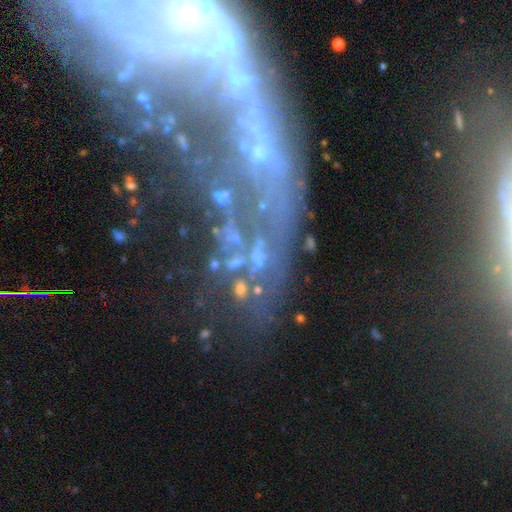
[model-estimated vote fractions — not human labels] smooth-or-featured: featured or disk: 49% | star or artifact: 33% | smooth: 18%
  merging: none: 35% | major disturbance: 31% | merger: 20% | minor disturbance: 15%